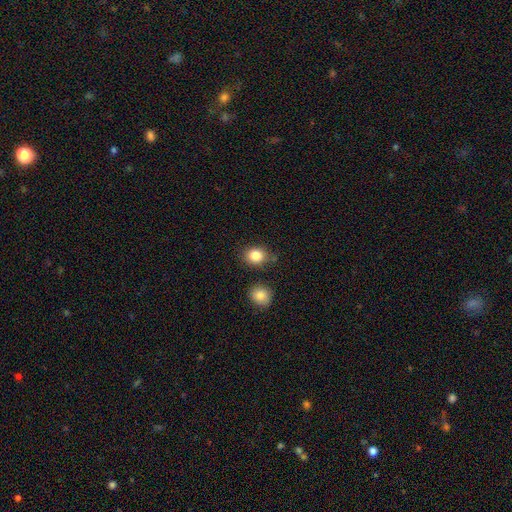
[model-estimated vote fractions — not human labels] smooth-or-featured: smooth: 84% | star or artifact: 10% | featured or disk: 6%
  how-rounded: round: 62% | in between: 37% | cigar-shaped: 1%
  merging: none: 77% | minor disturbance: 13% | merger: 6% | major disturbance: 3%